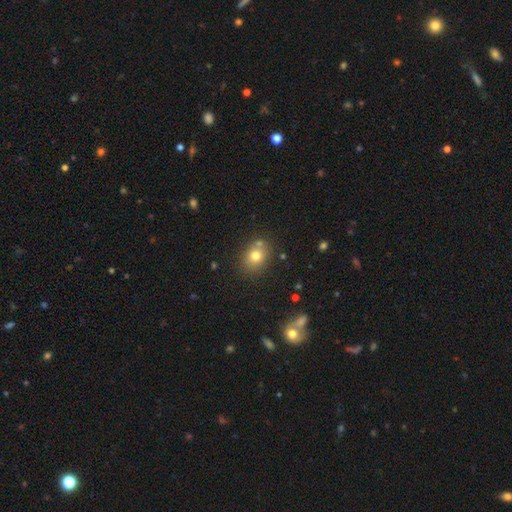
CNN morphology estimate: Overall: smooth (76%). How rounded: round (53%; in between 46%). Merging: none (73%).